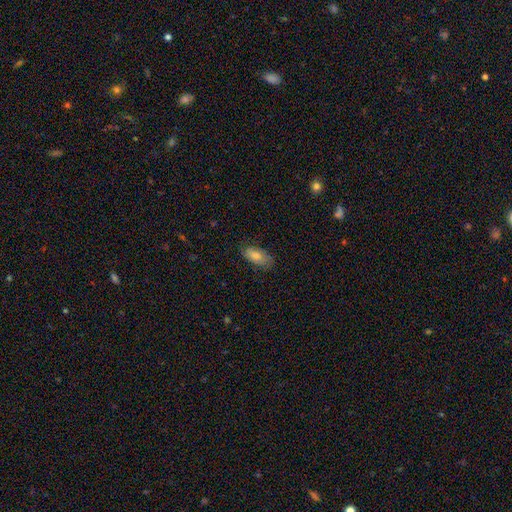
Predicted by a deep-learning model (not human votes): smooth-or-featured: smooth: 80% | featured or disk: 14% | star or artifact: 6%
  how-rounded: in between: 91% | cigar-shaped: 7% | round: 3%
  merging: none: 75% | minor disturbance: 20% | major disturbance: 4% | merger: 1%